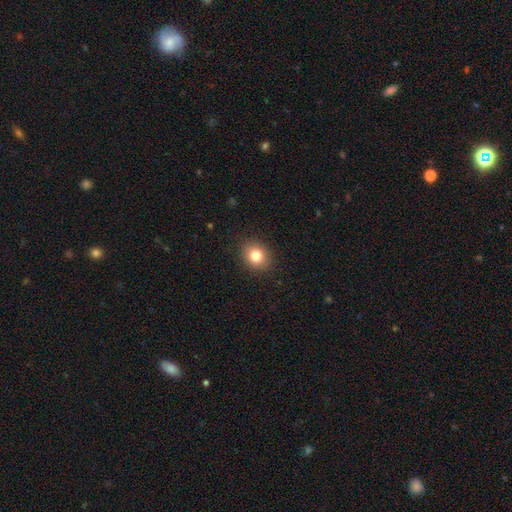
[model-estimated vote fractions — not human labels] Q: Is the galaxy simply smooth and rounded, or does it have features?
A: smooth — 82%.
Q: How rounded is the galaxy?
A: round — 63%.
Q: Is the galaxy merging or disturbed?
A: none — 89%.